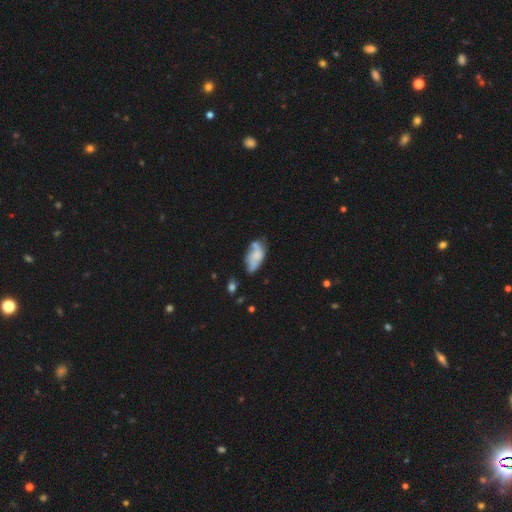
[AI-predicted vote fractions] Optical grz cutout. It shows a smooth galaxy with no disk features (55%) that is in between round and cigar-shaped (89%). Merging: none (37%).